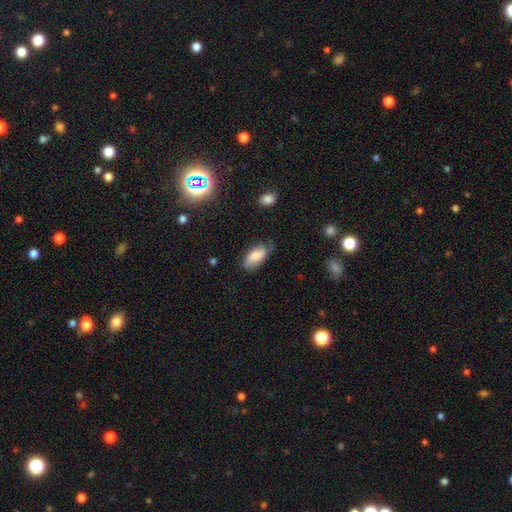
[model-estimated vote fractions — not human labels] smooth 77%, featured or disk 15%, star or artifact 7%. Down the decision tree: how rounded — in between (93%); merging — none (58%).